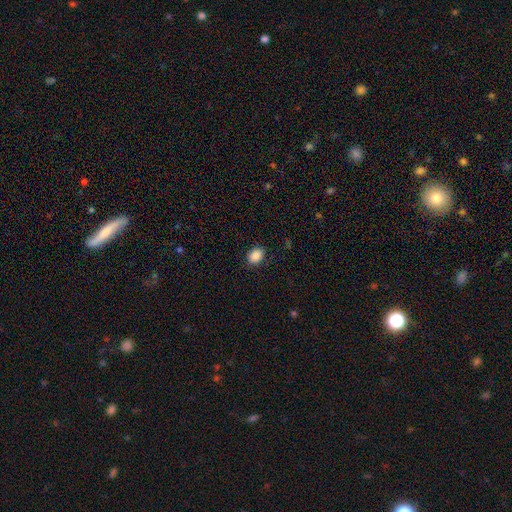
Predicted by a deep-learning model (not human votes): The model was most divided on "how rounded": in between: 69%, round: 30%, cigar-shaped: 1%. More confident: smooth or featured — smooth (89%); merging — none (87%).